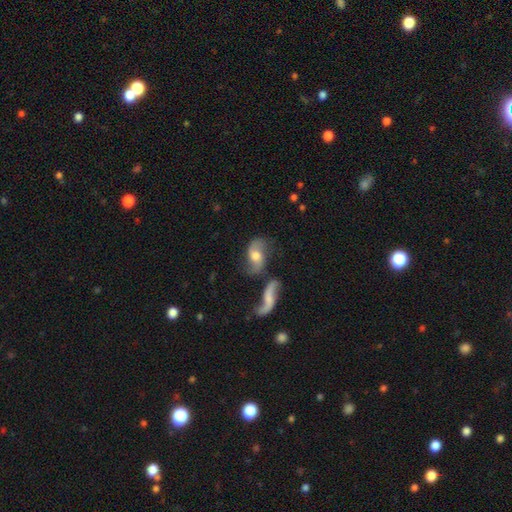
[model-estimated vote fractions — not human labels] smooth_or_featured: featured or disk (p=0.69) [alt: smooth p=0.24]
disk_edge_on: no (p=0.94) [alt: yes p=0.06]
bar: no (p=0.59) [alt: weak p=0.33]
has_spiral_arms: yes (p=0.89) [alt: no p=0.11]
spiral_winding: loose (p=0.72) [alt: medium p=0.23]
spiral_arm_count: 2 (p=0.88) [alt: 1 p=0.04]
bulge_size: moderate (p=0.61) [alt: large p=0.18]
merging: none (p=0.50) [alt: merger p=0.21]